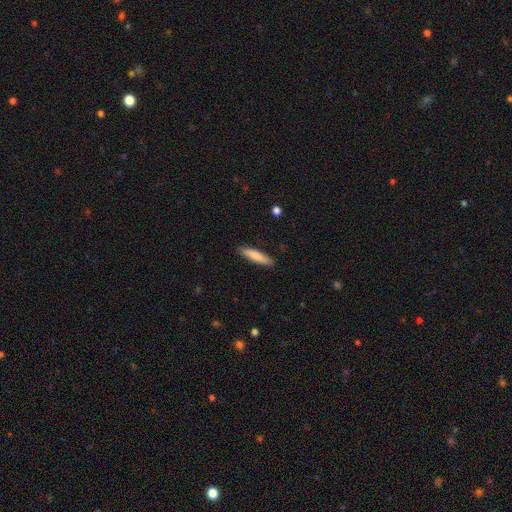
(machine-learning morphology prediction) This is clearly a smooth galaxy (81%). How rounded: clearly cigar-shaped (85%). Merging: clearly none (89%).